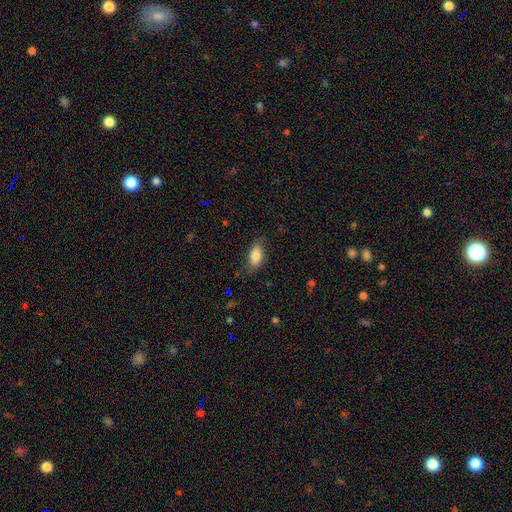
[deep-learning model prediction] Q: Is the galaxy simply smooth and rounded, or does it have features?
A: smooth — 82%.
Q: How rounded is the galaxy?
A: in between — 89%.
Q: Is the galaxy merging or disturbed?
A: none — 75%.